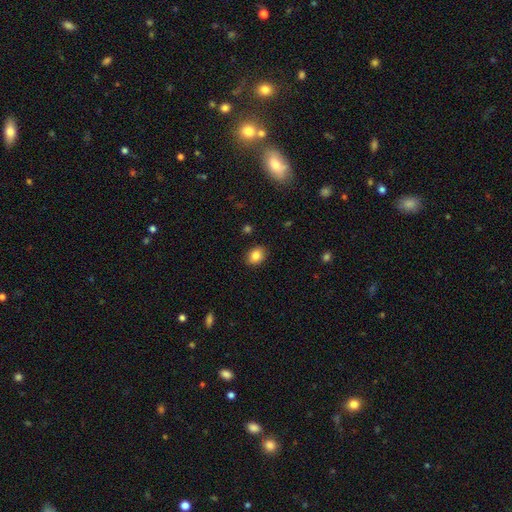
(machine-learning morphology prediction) Smooth or featured? Predicted: smooth (p=0.84). How rounded? Predicted: in between (p=0.59). Merging? Predicted: none (p=0.87).